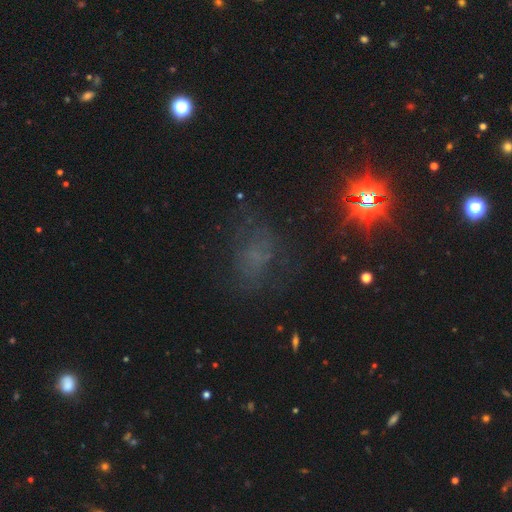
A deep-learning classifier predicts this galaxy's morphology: smooth_or_featured: star or artifact (p=0.39) [alt: smooth p=0.35]